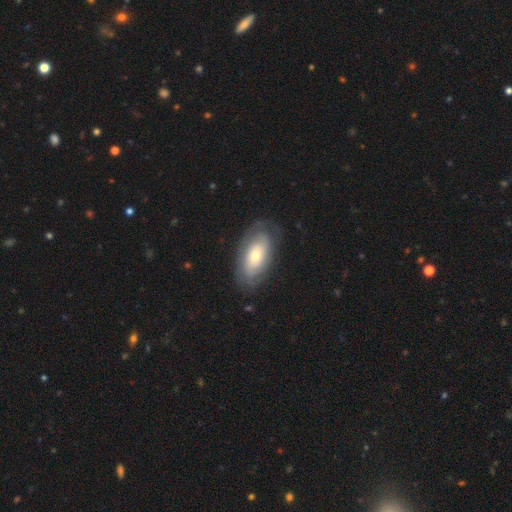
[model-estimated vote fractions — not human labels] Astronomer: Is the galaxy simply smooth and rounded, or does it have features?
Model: featured or disk — 55% (runner-up: smooth, 39%).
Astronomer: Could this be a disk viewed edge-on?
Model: no — 91%.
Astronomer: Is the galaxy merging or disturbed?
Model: none — 76%.